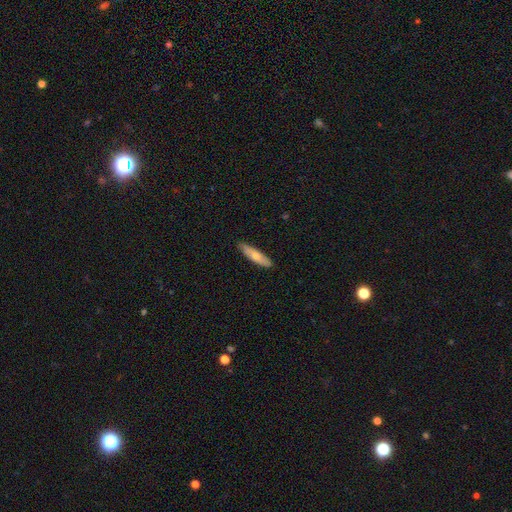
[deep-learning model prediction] Q: Smooth or featured?
A: smooth (66%); runner-up: featured or disk (29%)
Q: How rounded?
A: cigar-shaped (76%); runner-up: in between (22%)
Q: Merging?
A: none (88%); runner-up: minor disturbance (10%)